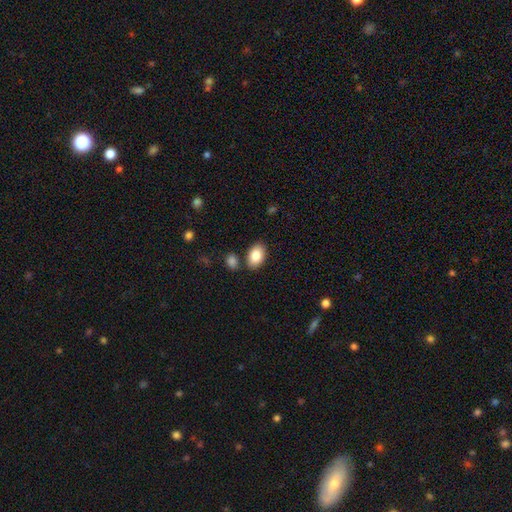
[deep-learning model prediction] Smooth or featured?
  - smooth: 86% *
  - featured or disk: 7%
  - star or artifact: 7%
How rounded?
  - in between: 89% *
  - round: 10%
  - cigar-shaped: 1%
Merging?
  - none: 79% *
  - minor disturbance: 11%
  - merger: 7%
  - major disturbance: 3%